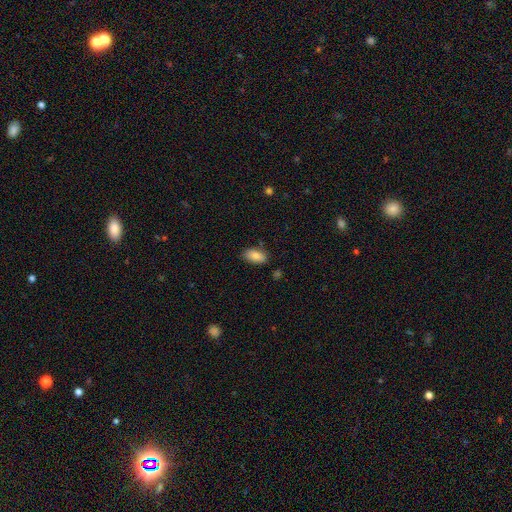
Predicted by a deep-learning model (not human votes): Morphology: type=smooth (82%); roundness=in between (93%); merging=none (82%).